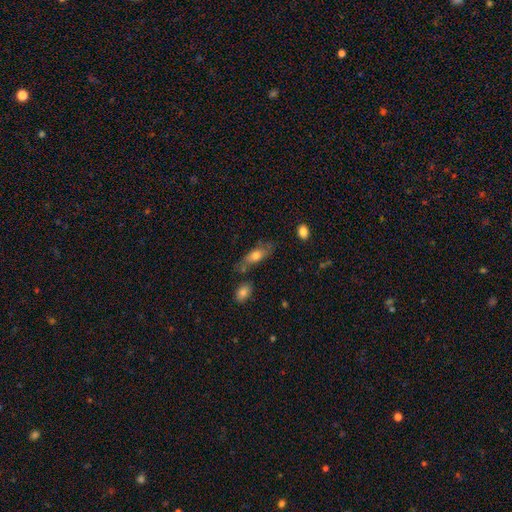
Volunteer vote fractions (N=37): A smooth galaxy with no disk features (76%) that is in between round and cigar-shaped (71%).

Vote fractions:
- Smooth or featured? smooth: 76% / featured or disk: 24% / star or artifact: 0%
- How rounded? in between: 71% / cigar-shaped: 25% / round: 4%
- Merging? none: 54% / minor disturbance: 24% / merger: 16% / major disturbance: 5%